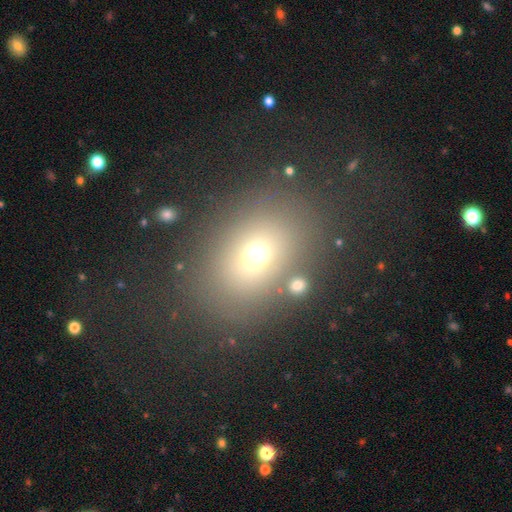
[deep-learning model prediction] smooth_or_featured: smooth (p=0.67) [alt: star or artifact p=0.19]
how_rounded: in between (p=0.53) [alt: round p=0.46]
merging: none (p=0.77) [alt: minor disturbance p=0.11]